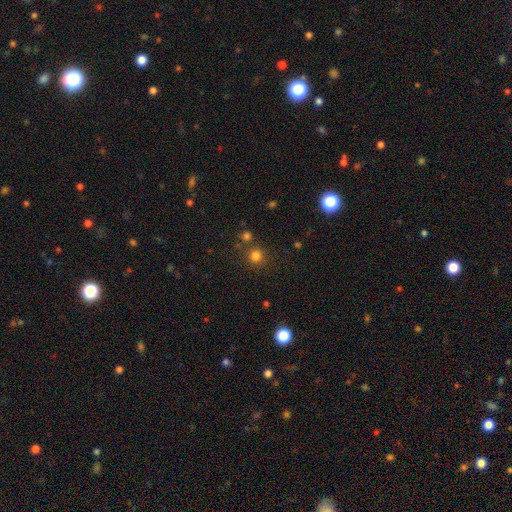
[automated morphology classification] Smooth or featured? Predicted: smooth (p=0.77). How rounded? Predicted: round (p=0.91). Merging? Predicted: none (p=0.76).